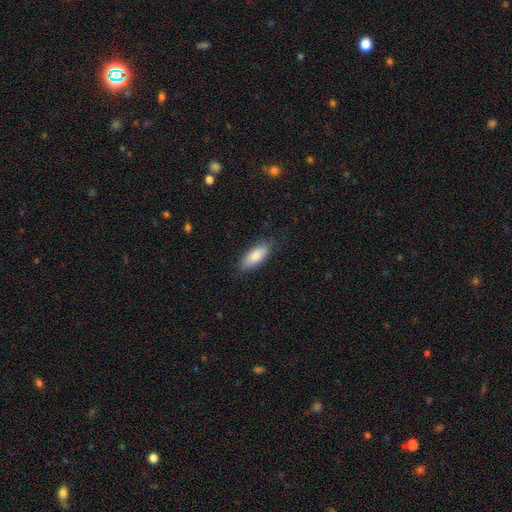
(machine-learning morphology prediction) The model was most divided on "how rounded": in between: 78%, cigar-shaped: 20%, round: 2%. More confident: smooth or featured — smooth (83%); merging — none (81%).